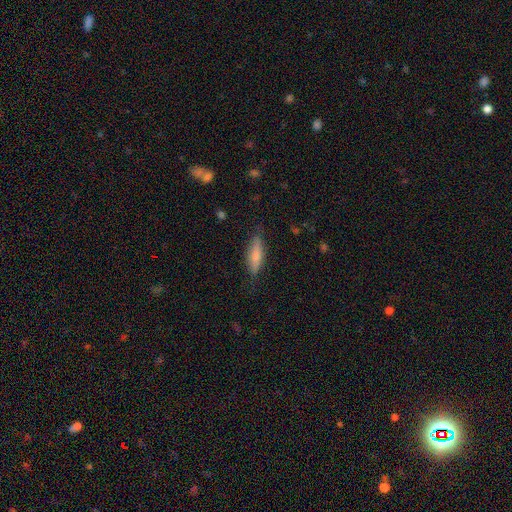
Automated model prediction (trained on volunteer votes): Overall: smooth (70%). How rounded: cigar-shaped (63%; in between 35%). Merging: none (79%).